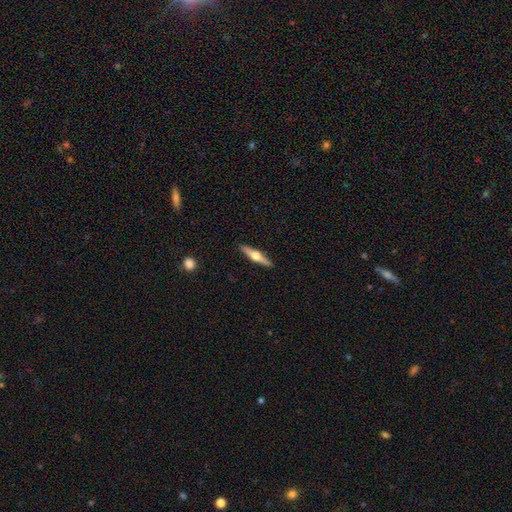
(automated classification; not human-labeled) A featured or disk galaxy (66%) viewed edge-on (97%) with a rounded central bulge (95%).

Vote fractions:
- Smooth or featured? featured or disk: 66% / smooth: 29% / star or artifact: 5%
- Edge-on disk? yes: 97% / no: 3%
- Edge-on bulge? rounded: 95% / boxy: 3% / none: 2%
- Merging? none: 91% / minor disturbance: 6% / major disturbance: 1% / merger: 1%